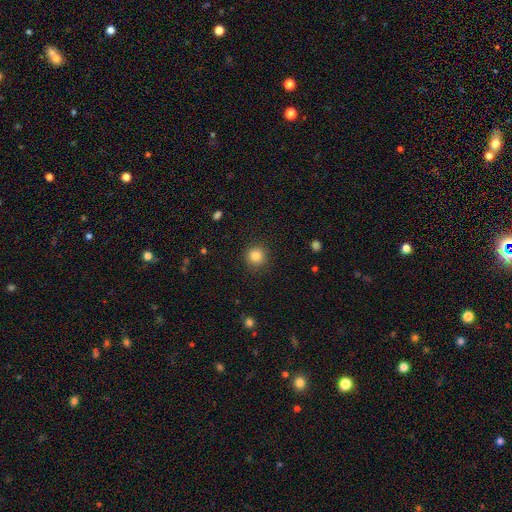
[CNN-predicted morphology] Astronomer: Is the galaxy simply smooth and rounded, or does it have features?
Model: smooth — 84%.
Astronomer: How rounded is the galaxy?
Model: round — 94%.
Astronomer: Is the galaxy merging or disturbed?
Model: none — 90%.